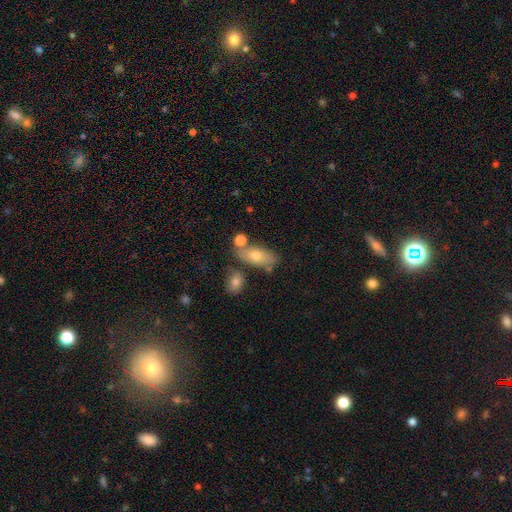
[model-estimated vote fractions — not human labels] Overall: smooth (68%). How rounded: in between (82%). Merging: none (63%).